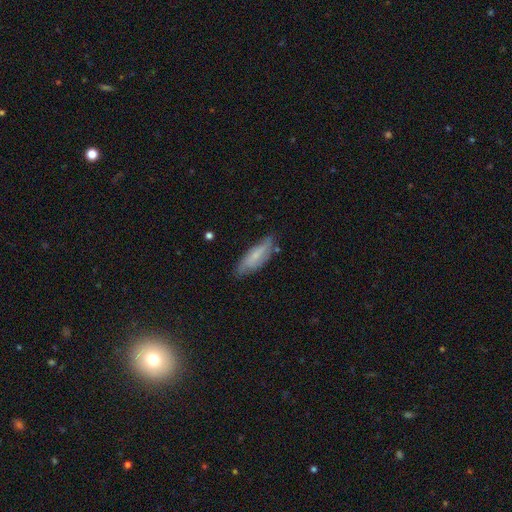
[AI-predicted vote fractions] This is possibly a smooth galaxy (50%). How rounded: possibly in between (52%). Merging: likely none (69%).